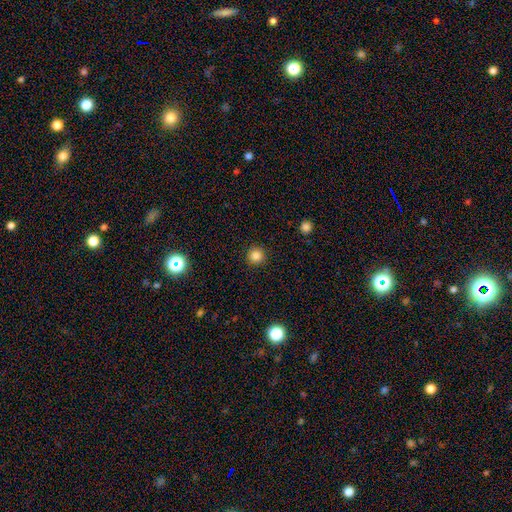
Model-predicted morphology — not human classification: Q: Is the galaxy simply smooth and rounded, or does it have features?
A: smooth — 84%.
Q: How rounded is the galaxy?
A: round — 95%.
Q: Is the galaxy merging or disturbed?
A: none — 92%.